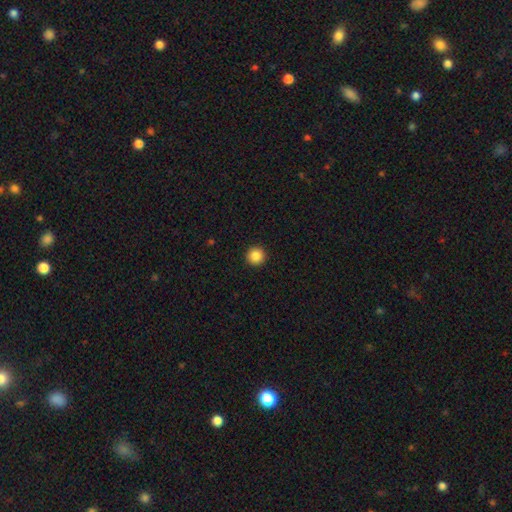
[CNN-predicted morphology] Smooth or featured? smooth (87%)
How rounded? round (96%)
Merging? none (93%)